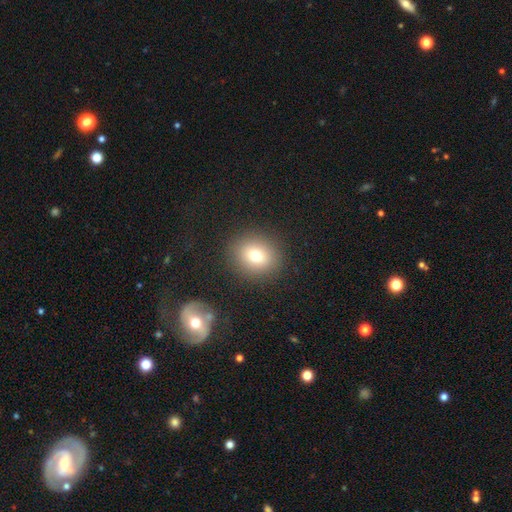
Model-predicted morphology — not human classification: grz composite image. It shows a smooth galaxy with no disk features (74%) that is round (80%). Merging: none (89%).